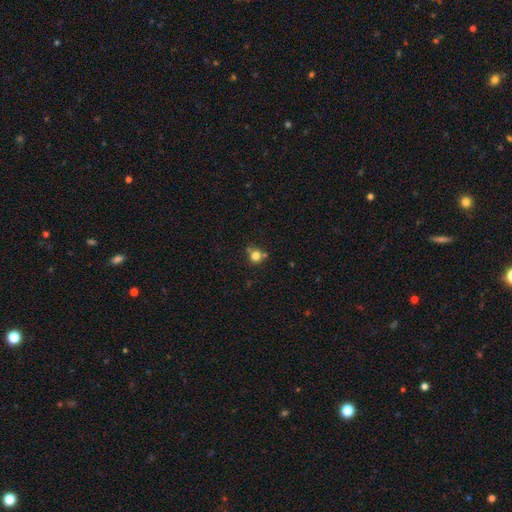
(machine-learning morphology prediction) The model was most divided on "merging": none: 61%, merger: 20%, minor disturbance: 14%, major disturbance: 5%. More confident: how rounded — round (89%); smooth or featured — smooth (77%).